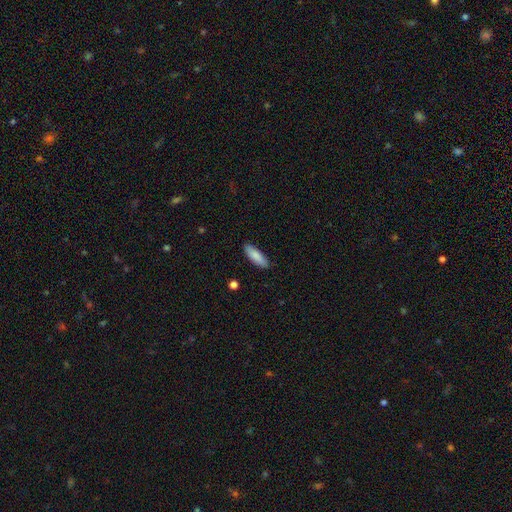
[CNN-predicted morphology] This appears to be a smooth galaxy with no disk features (86%) that is in between round and cigar-shaped (54%). Merging: none (88%).